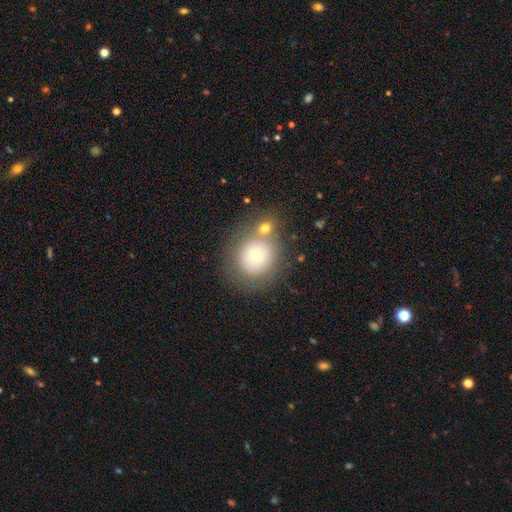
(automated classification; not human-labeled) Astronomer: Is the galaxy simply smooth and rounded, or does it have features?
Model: smooth — 68%.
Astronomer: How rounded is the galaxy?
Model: round — 89%.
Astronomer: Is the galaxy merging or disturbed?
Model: none — 60%.